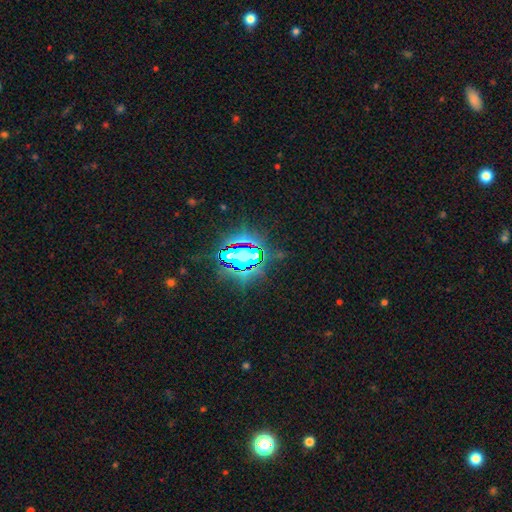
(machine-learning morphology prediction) Smooth or featured? star or artifact (83%)